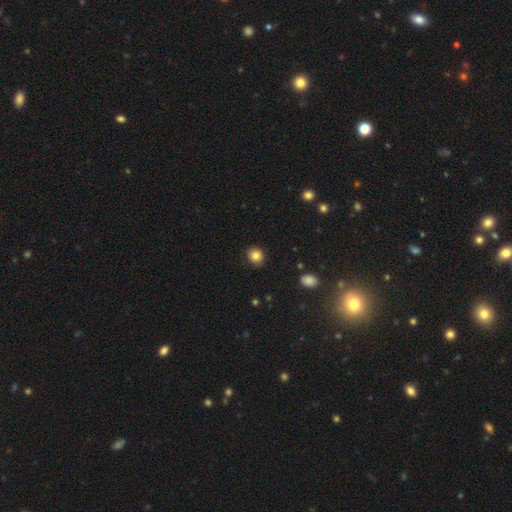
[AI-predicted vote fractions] Smooth or featured?
  - smooth: 84% *
  - star or artifact: 10%
  - featured or disk: 6%
How rounded?
  - round: 78% *
  - in between: 21%
  - cigar-shaped: 1%
Merging?
  - none: 89% *
  - minor disturbance: 7%
  - major disturbance: 2%
  - merger: 1%